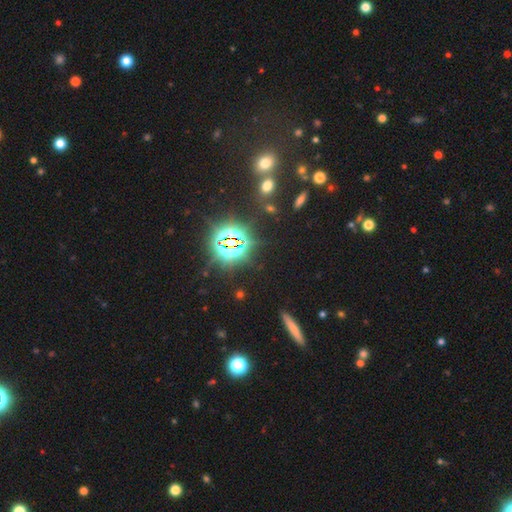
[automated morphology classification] type=star or artifact (80%).